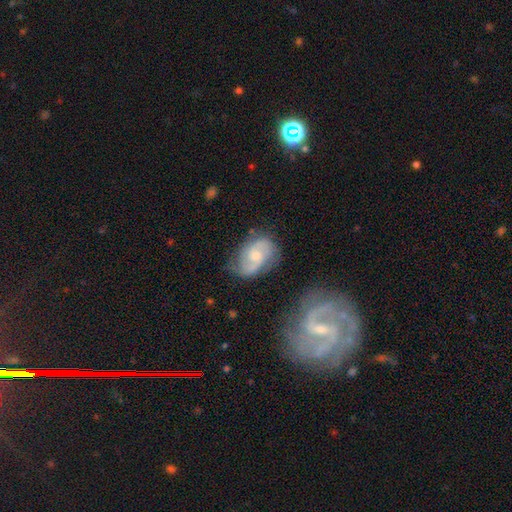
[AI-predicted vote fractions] This is likely a featured or disk galaxy (74%). It is clearly not viewed edge-on (97%). Bar: possibly no (56%). Spiral arm pattern: clearly yes (93%). Spiral arm count: likely 2 (80%). Spiral winding: possibly medium (51%). Central bulge: possibly moderate (52%). Merging: likely none (64%).